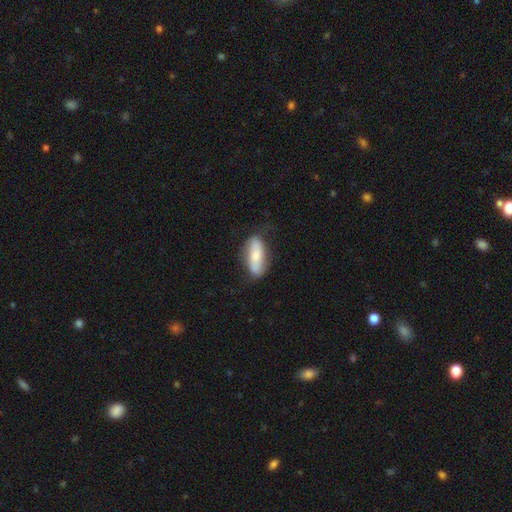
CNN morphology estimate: Q: Smooth or featured?
A: smooth (64%); runner-up: featured or disk (30%)
Q: How rounded?
A: in between (70%); runner-up: cigar-shaped (28%)
Q: Merging?
A: none (71%); runner-up: minor disturbance (21%)